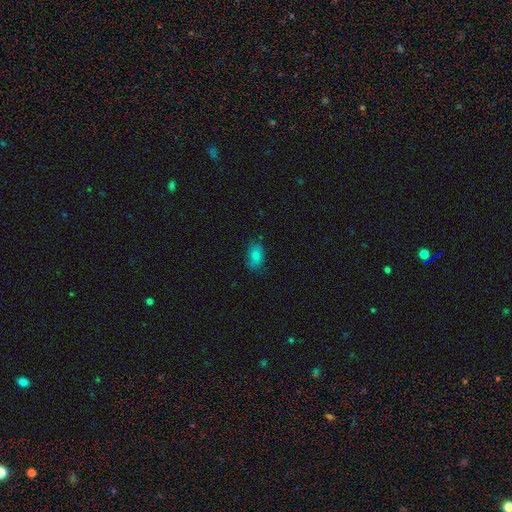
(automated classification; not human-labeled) smooth-or-featured: smooth: 82% | star or artifact: 10% | featured or disk: 8%
  how-rounded: in between: 88% | round: 10% | cigar-shaped: 2%
  merging: none: 75% | minor disturbance: 19% | major disturbance: 4% | merger: 1%